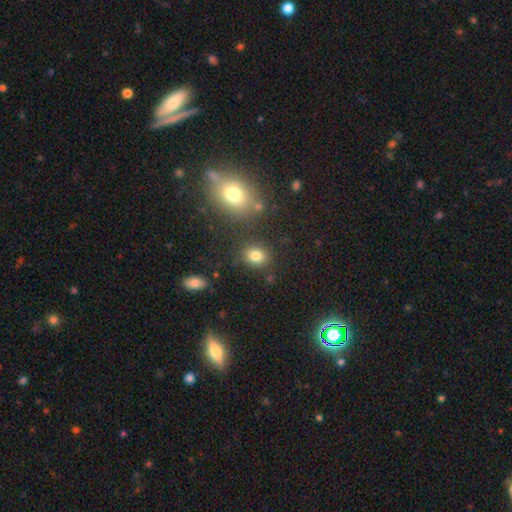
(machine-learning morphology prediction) Smooth or featured?
  - smooth: 80% *
  - star or artifact: 12%
  - featured or disk: 7%
How rounded?
  - in between: 59% *
  - round: 40%
  - cigar-shaped: 1%
Merging?
  - none: 80% *
  - minor disturbance: 11%
  - merger: 5%
  - major disturbance: 3%